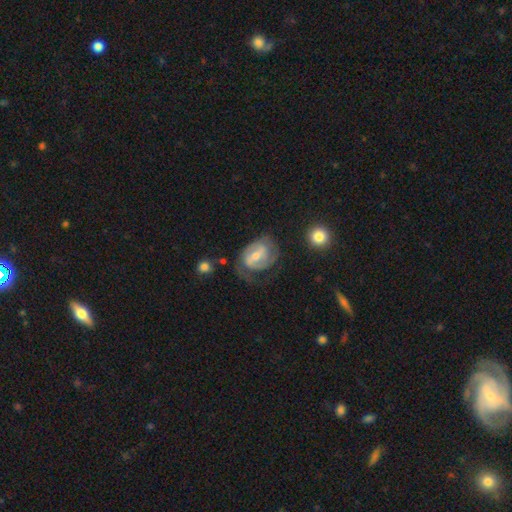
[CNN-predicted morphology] Q: Smooth or featured?
A: featured or disk (78%); runner-up: smooth (17%)
Q: Edge-on disk?
A: no (97%); runner-up: yes (3%)
Q: Bar?
A: weak (46%); runner-up: strong (38%)
Q: Spiral arms?
A: yes (90%); runner-up: no (10%)
Q: Spiral winding?
A: medium (43%); runner-up: tight (40%)
Q: Spiral arm count?
A: 2 (72%); runner-up: can't tell (13%)
Q: Bulge size?
A: moderate (47%); runner-up: small (45%)
Q: Merging?
A: none (51%); runner-up: minor disturbance (24%)